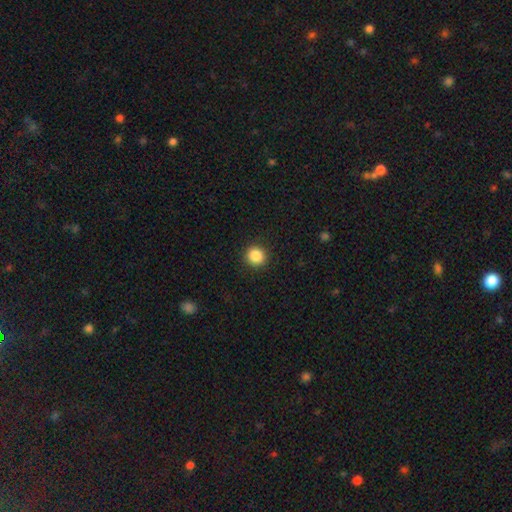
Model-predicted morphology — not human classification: Smooth or featured? smooth (87%)
How rounded? round (92%)
Merging? none (91%)